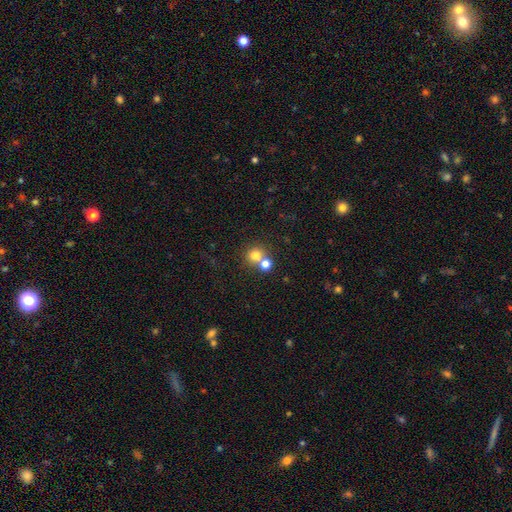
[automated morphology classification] smooth_or_featured: smooth (p=0.75) [alt: star or artifact p=0.14]
how_rounded: round (p=0.83) [alt: in between p=0.16]
merging: merger (p=0.46) [alt: none p=0.45]